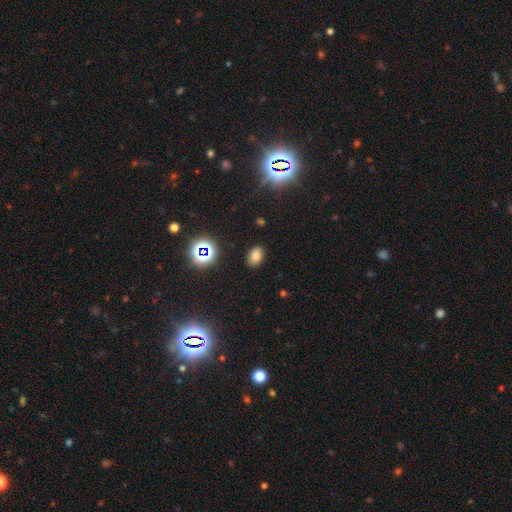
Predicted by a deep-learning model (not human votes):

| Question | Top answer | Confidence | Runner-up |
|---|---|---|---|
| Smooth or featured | smooth | 73% | star or artifact (19%) |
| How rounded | in between | 82% | round (17%) |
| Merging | none | 86% | minor disturbance (9%) |